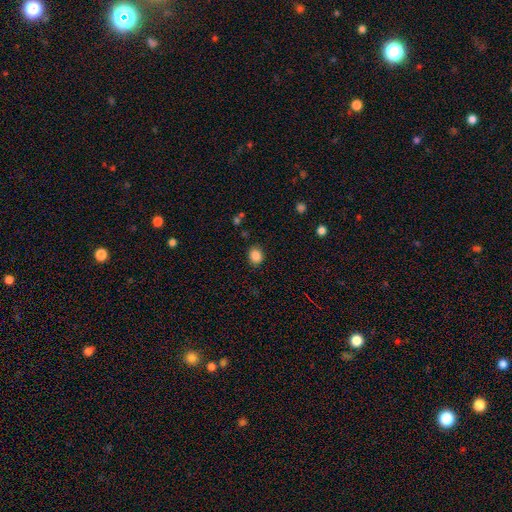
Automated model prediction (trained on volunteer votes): Smooth or featured? Predicted: smooth (p=0.86). How rounded? Predicted: round (p=0.59). Merging? Predicted: none (p=0.88).